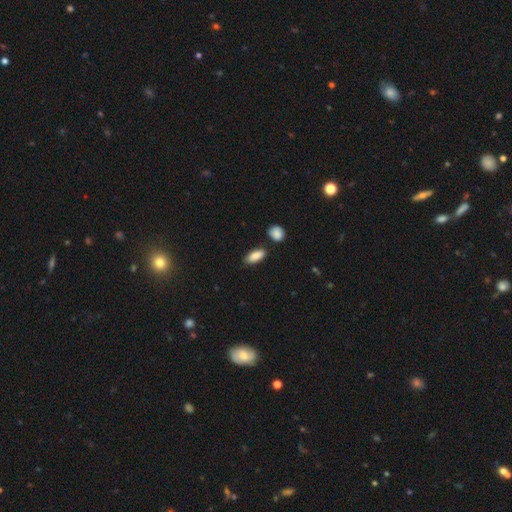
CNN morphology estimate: smooth 88%, star or artifact 6%, featured or disk 6%. Down the decision tree: how rounded — in between (82%); merging — none (78%).